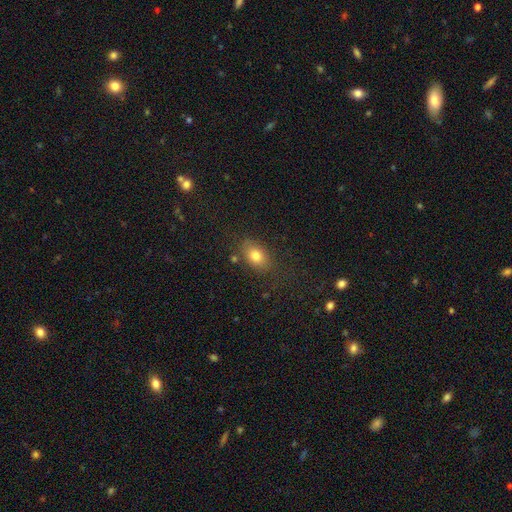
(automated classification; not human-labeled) A smooth galaxy with no disk features (78%) that is in between round and cigar-shaped (80%). Merging: none (77%).